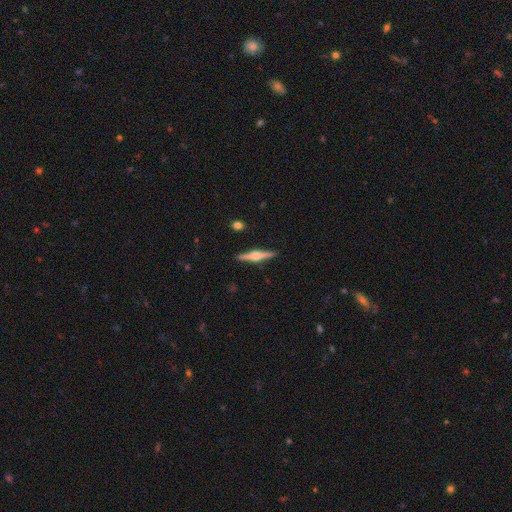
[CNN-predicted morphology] The model was most divided on "smooth or featured": featured or disk: 76%, smooth: 19%, star or artifact: 6%. More confident: edge-on disk — yes (98%); merging — none (91%); edge-on bulge — rounded (91%).